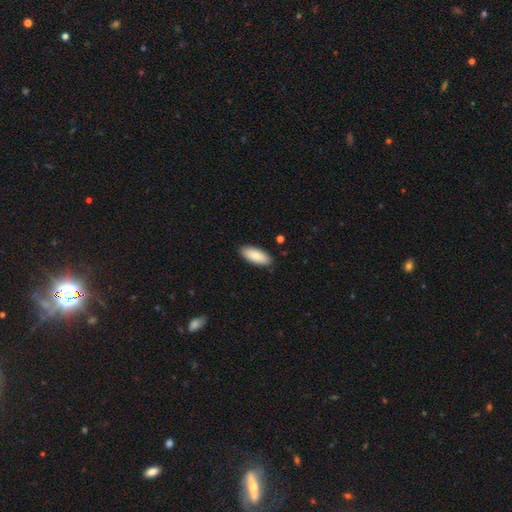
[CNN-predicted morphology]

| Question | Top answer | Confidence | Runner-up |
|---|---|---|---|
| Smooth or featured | smooth | 88% | featured or disk (7%) |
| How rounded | in between | 83% | cigar-shaped (15%) |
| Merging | none | 87% | minor disturbance (10%) |